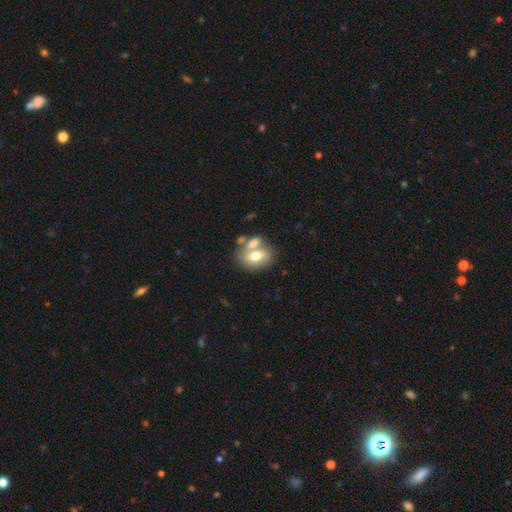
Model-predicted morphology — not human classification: The model was most divided on "merging" (2-way tie): none: 42%, merger: 42%, minor disturbance: 11%, major disturbance: 5%. More confident: how rounded — in between (74%); smooth or featured — smooth (66%).